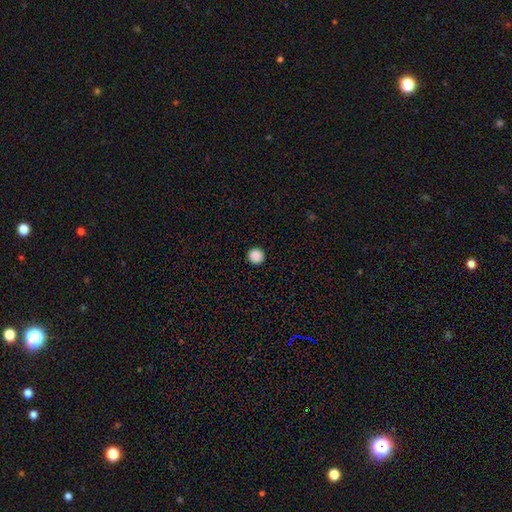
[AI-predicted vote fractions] Smooth or featured?
  - smooth: 89% *
  - star or artifact: 9%
  - featured or disk: 2%
How rounded?
  - round: 97% *
  - in between: 2%
  - cigar-shaped: 1%
Merging?
  - none: 94% *
  - minor disturbance: 4%
  - major disturbance: 1%
  - merger: 1%